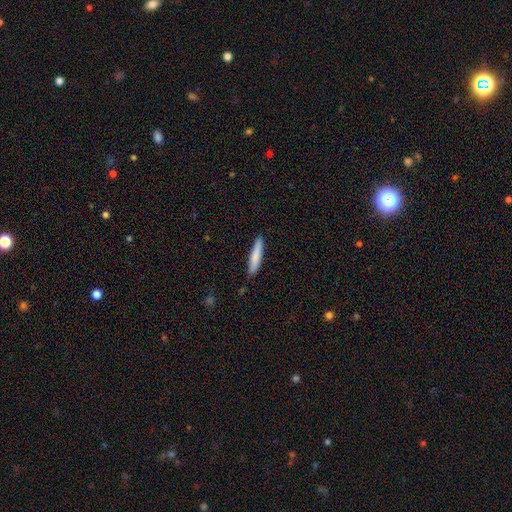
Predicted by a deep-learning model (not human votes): Smooth or featured? Predicted: smooth (p=0.80). How rounded? Predicted: cigar-shaped (p=0.91). Merging? Predicted: none (p=0.88).